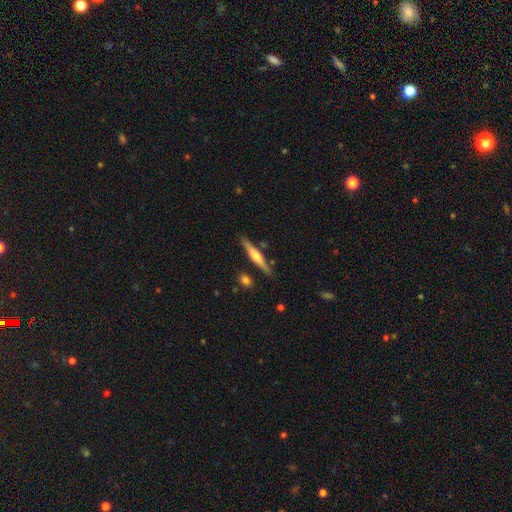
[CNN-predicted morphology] Q: Smooth or featured?
A: featured or disk (60%); runner-up: smooth (34%)
Q: Edge-on disk?
A: yes (97%); runner-up: no (3%)
Q: Edge-on bulge?
A: rounded (78%); runner-up: boxy (13%)
Q: Merging?
A: none (85%); runner-up: minor disturbance (9%)